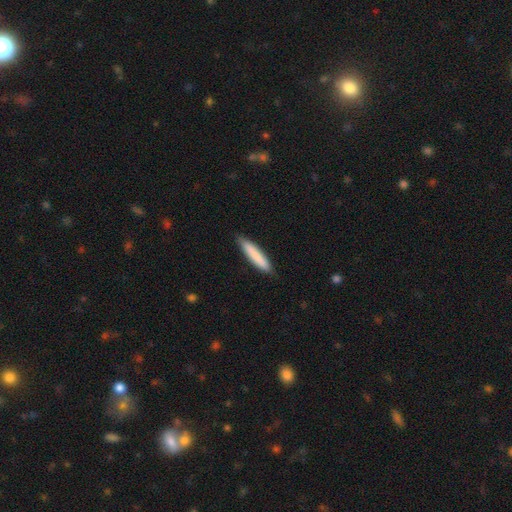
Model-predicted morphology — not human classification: type=smooth (84%); roundness=cigar-shaped (87%); merging=none (86%).